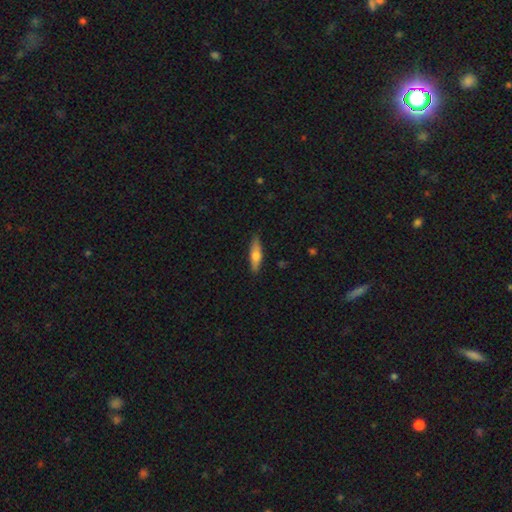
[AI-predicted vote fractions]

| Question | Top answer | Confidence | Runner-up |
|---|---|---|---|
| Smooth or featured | smooth | 61% | featured or disk (33%) |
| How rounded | cigar-shaped | 69% | in between (29%) |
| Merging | none | 86% | minor disturbance (11%) |